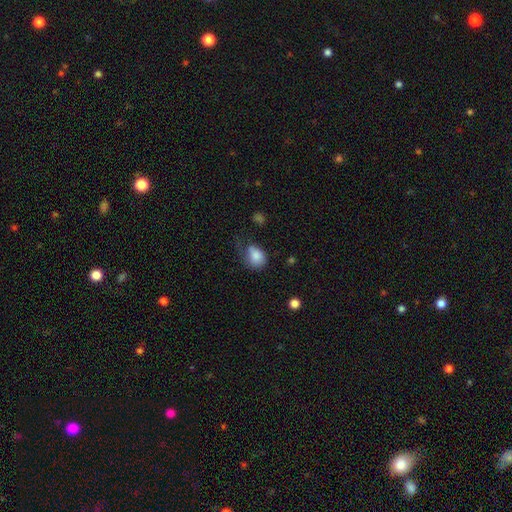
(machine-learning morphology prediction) Q: Smooth or featured?
A: smooth (82%); runner-up: featured or disk (10%)
Q: How rounded?
A: in between (61%); runner-up: round (38%)
Q: Merging?
A: none (34%); runner-up: minor disturbance (33%)